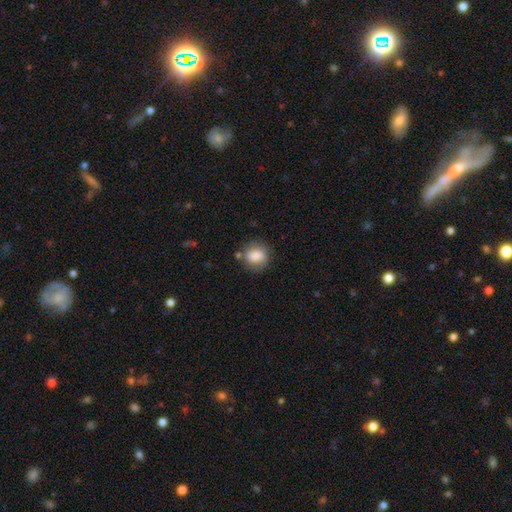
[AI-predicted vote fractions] A smooth galaxy with no disk features (82%) that is round (71%). Merging: none (71%).